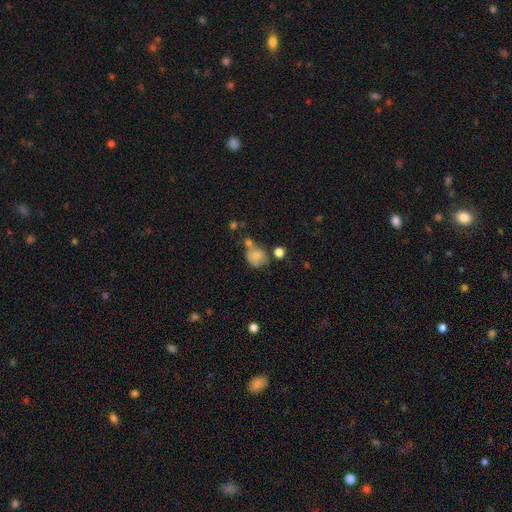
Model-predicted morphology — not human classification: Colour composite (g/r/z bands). It shows a smooth galaxy with no disk features (78%) that is round (71%). Merging: none (43%).